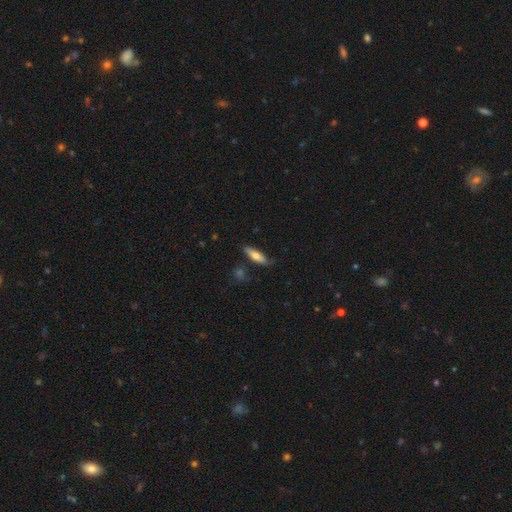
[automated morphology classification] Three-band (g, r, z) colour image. It shows a smooth galaxy with no disk features (65%) that is cigar-shaped (63%). Merging: none (78%).